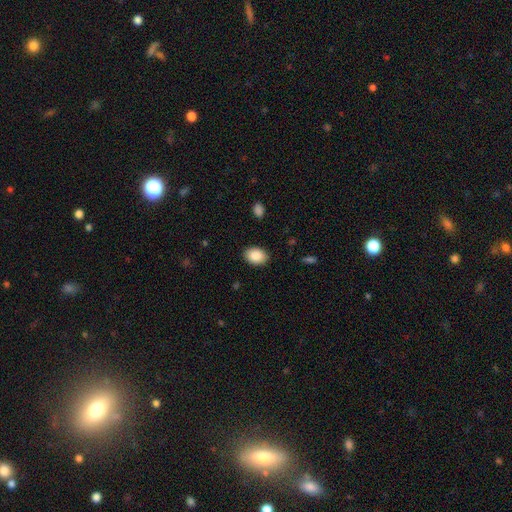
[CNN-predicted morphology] smooth_or_featured: smooth (p=0.88) [alt: star or artifact p=0.07]
how_rounded: in between (p=0.79) [alt: round p=0.20]
merging: none (p=0.88) [alt: minor disturbance p=0.08]